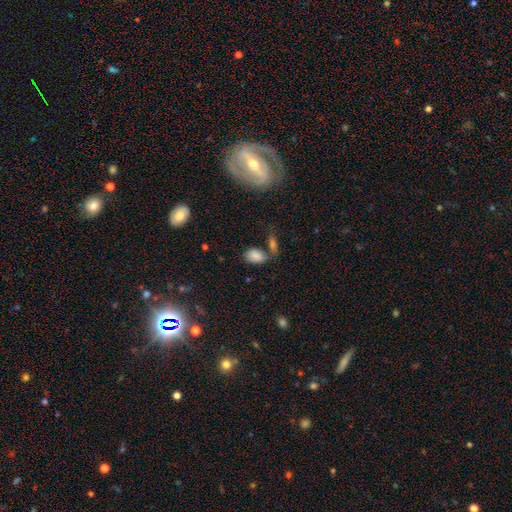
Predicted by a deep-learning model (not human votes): Smooth or featured: smooth — 84% (star or artifact — 9%)
How rounded: in between — 89% (round — 9%)
Merging: none — 58% (merger — 19%)